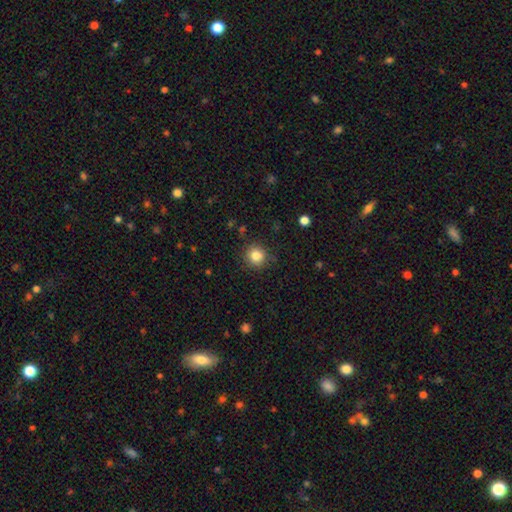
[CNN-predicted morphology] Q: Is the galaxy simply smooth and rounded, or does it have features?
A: smooth — 83%.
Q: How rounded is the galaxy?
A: round — 92%.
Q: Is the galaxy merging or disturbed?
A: none — 86%.